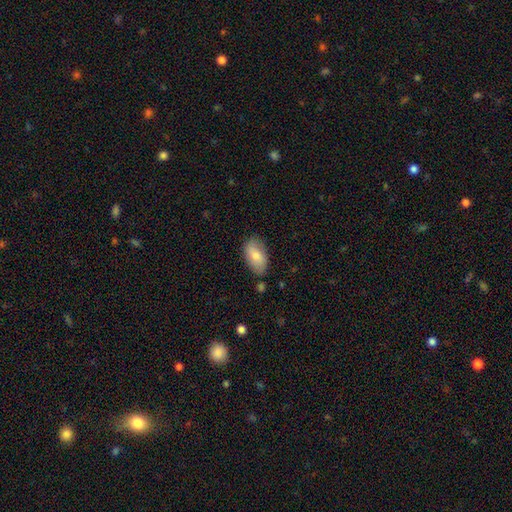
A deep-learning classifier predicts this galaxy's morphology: Smooth or featured?
  - smooth: 76% *
  - featured or disk: 18%
  - star or artifact: 6%
How rounded?
  - in between: 94% *
  - round: 4%
  - cigar-shaped: 2%
Merging?
  - none: 74% *
  - minor disturbance: 19%
  - major disturbance: 4%
  - merger: 3%